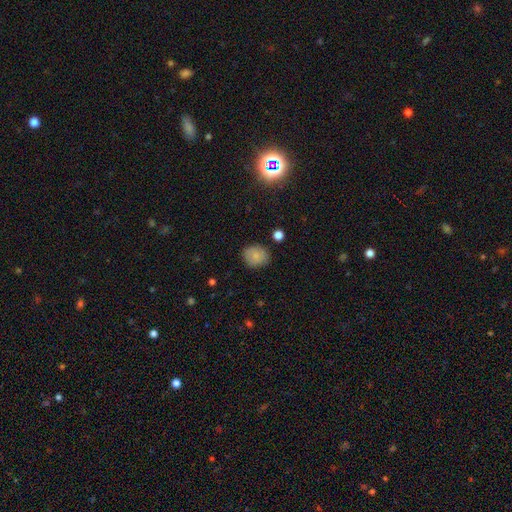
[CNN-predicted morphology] type=smooth (79%); roundness=round (73%); merging=none (83%).